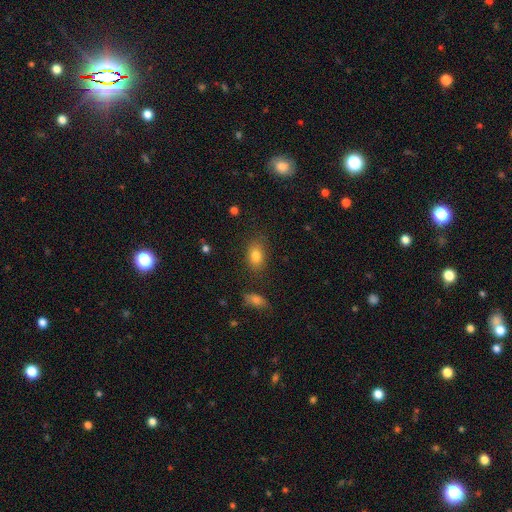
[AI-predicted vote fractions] Q: Smooth or featured?
A: smooth (81%); runner-up: star or artifact (11%)
Q: How rounded?
A: in between (80%); runner-up: round (18%)
Q: Merging?
A: none (80%); runner-up: minor disturbance (14%)